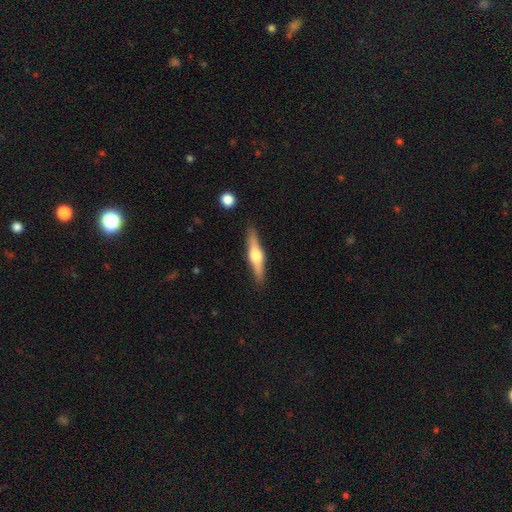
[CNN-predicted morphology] featured or disk 65%, smooth 30%, star or artifact 5%. Down the decision tree: edge-on disk — yes (97%); edge-on bulge — rounded (94%); merging — none (89%).